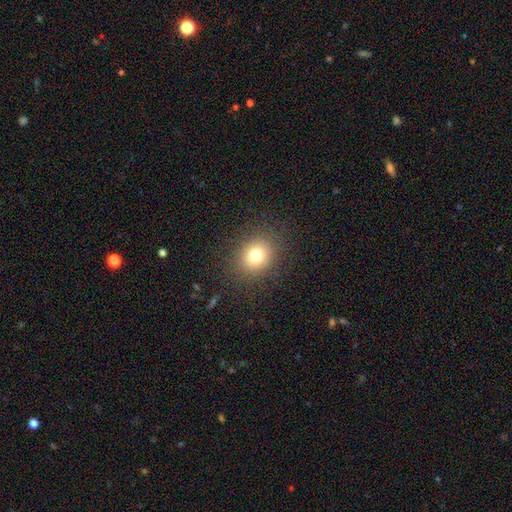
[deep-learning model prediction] smooth-or-featured: smooth: 75% | star or artifact: 14% | featured or disk: 11%
  how-rounded: round: 64% | in between: 35% | cigar-shaped: 1%
  merging: none: 86% | minor disturbance: 8% | major disturbance: 4% | merger: 1%